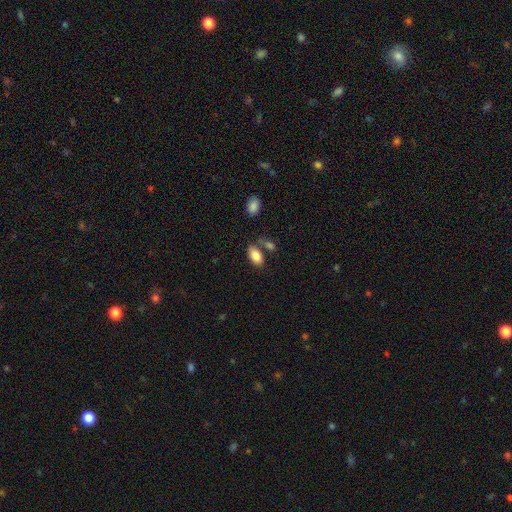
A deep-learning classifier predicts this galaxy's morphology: This appears to be a smooth galaxy with no disk features (86%) that is in between round and cigar-shaped (93%). Merging: none (64%).